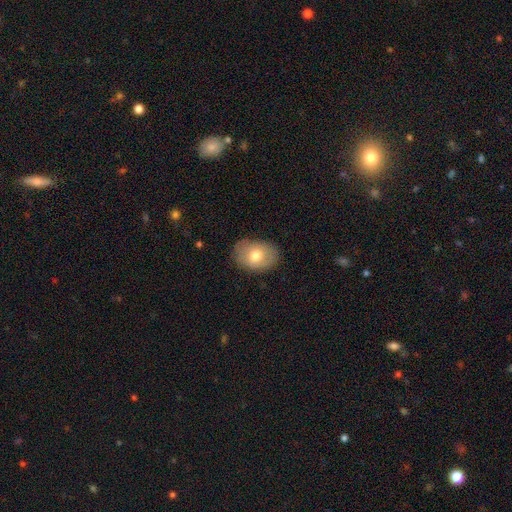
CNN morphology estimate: smooth 69%, featured or disk 24%, star or artifact 7%. Down the decision tree: how rounded — in between (75%); merging — none (81%).